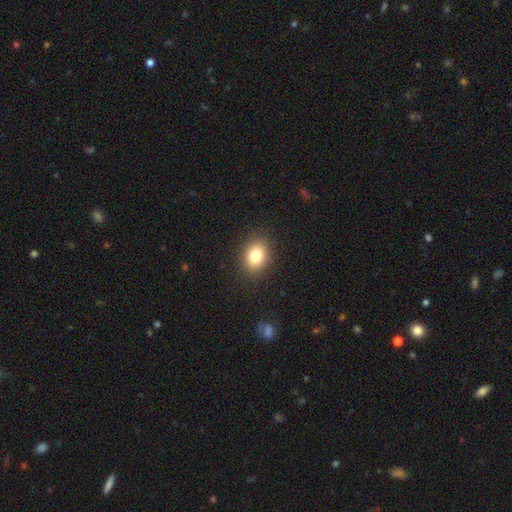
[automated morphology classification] smooth 82%, star or artifact 10%, featured or disk 8%. Down the decision tree: how rounded — in between (59%); merging — none (88%).